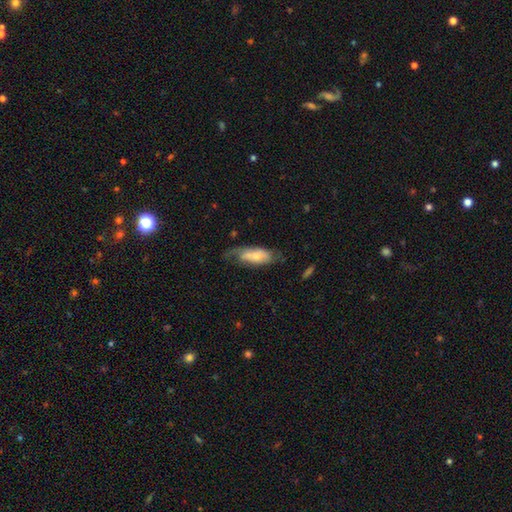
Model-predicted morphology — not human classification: This appears to be a smooth galaxy with no disk features (50%). Merging: none (40%).